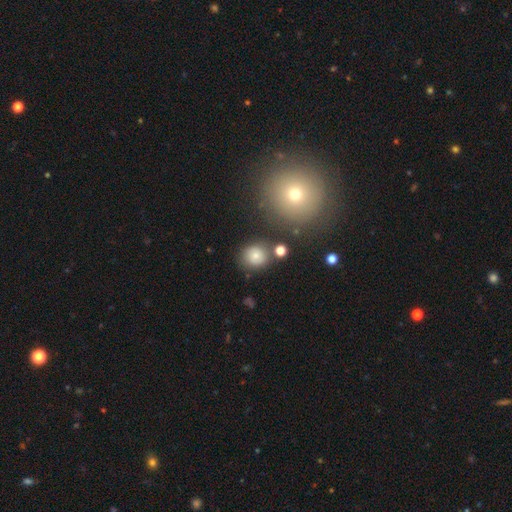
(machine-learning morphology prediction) A smooth galaxy with no disk features (76%) that is round (79%).

Vote fractions:
- Smooth or featured? smooth: 76% / star or artifact: 13% / featured or disk: 11%
- How rounded? round: 79% / in between: 20% / cigar-shaped: 1%
- Merging? none: 75% / minor disturbance: 13% / merger: 7% / major disturbance: 5%